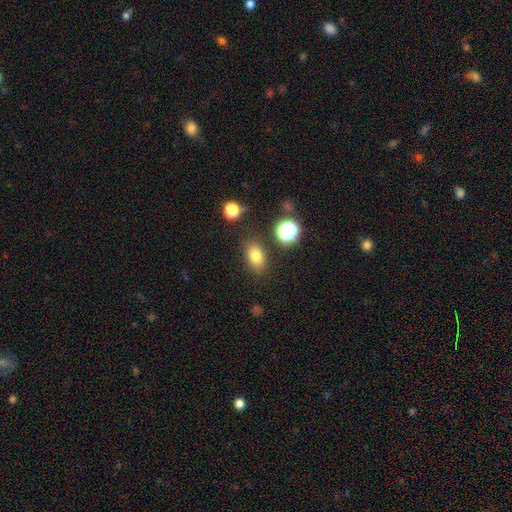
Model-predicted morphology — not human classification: smooth_or_featured: smooth (p=0.77) [alt: star or artifact p=0.14]
how_rounded: in between (p=0.78) [alt: round p=0.20]
merging: none (p=0.82) [alt: minor disturbance p=0.11]